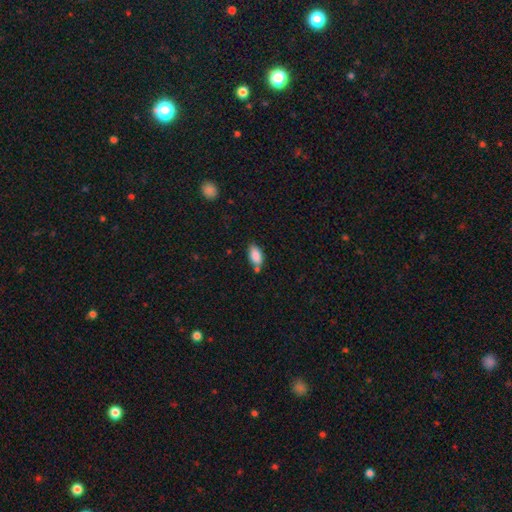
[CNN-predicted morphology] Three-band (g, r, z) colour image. It shows a smooth galaxy with no disk features (86%) that is in between round and cigar-shaped (91%). Merging: none (60%).